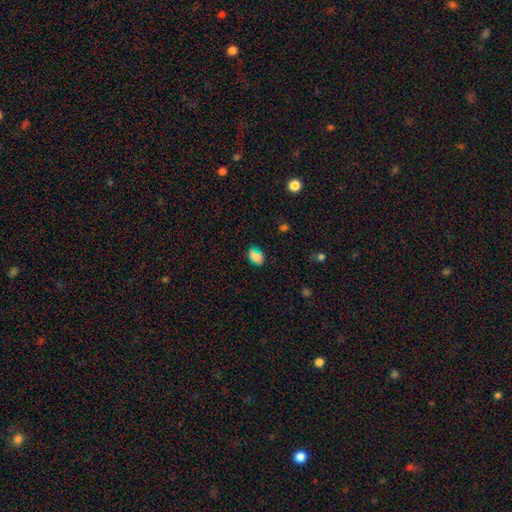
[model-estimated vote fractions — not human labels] smooth 71%, star or artifact 22%, featured or disk 7%. Down the decision tree: how rounded — in between (70%); merging — none (76%).